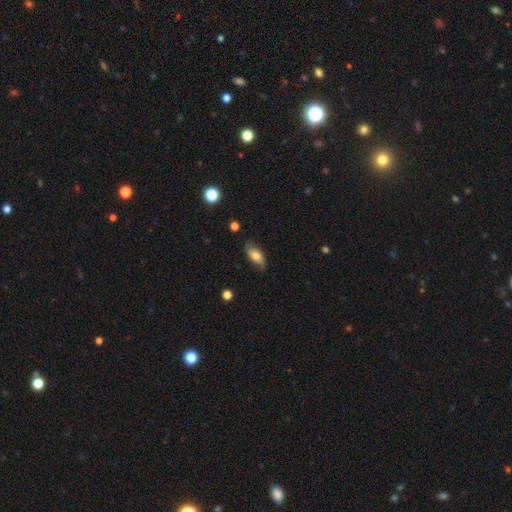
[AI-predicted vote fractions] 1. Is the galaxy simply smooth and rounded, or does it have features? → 71% smooth, 22% featured or disk, 7% star or artifact.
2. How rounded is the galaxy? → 88% in between, 8% cigar-shaped, 4% round.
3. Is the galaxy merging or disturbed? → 77% none, 18% minor disturbance, 3% major disturbance, 1% merger.